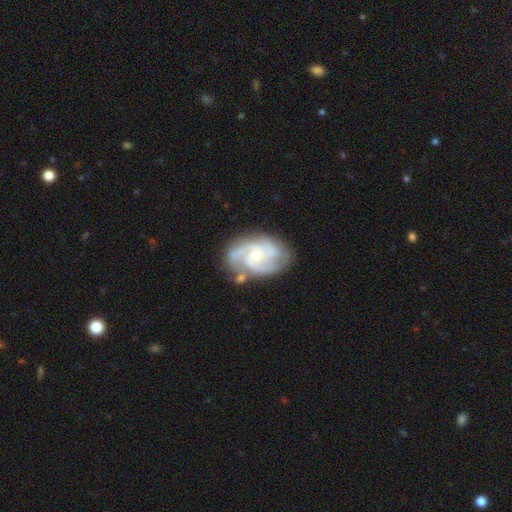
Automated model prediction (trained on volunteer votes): Smooth or featured? featured or disk (89%)
Edge-on disk? no (98%)
Bar? no (64%)
Spiral arms? yes (98%)
Spiral winding? tight (47%)
Spiral arm count? 3 (51%)
Bulge size? small (60%)
Merging? none (72%)